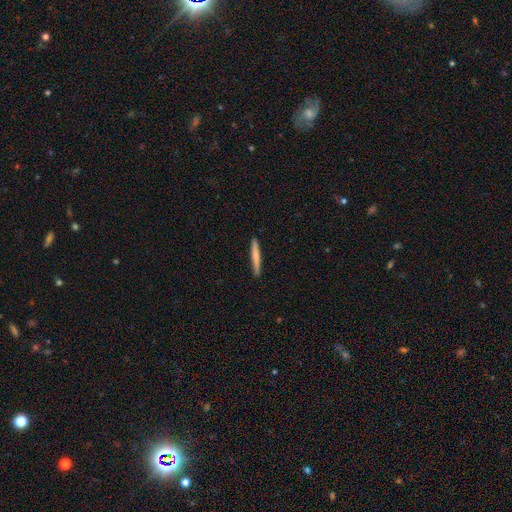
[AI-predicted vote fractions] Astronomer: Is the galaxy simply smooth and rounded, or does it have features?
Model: smooth — 68%.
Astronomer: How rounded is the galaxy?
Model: cigar-shaped — 96%.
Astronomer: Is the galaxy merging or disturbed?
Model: none — 91%.